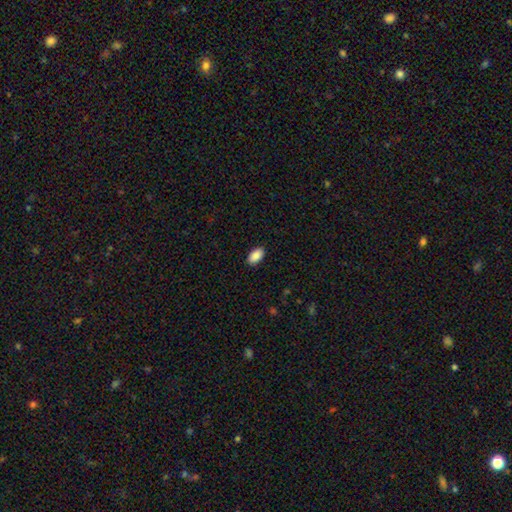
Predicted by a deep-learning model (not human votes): This appears to be a smooth galaxy with no disk features (90%) that is in between round and cigar-shaped (94%). Merging: none (90%).